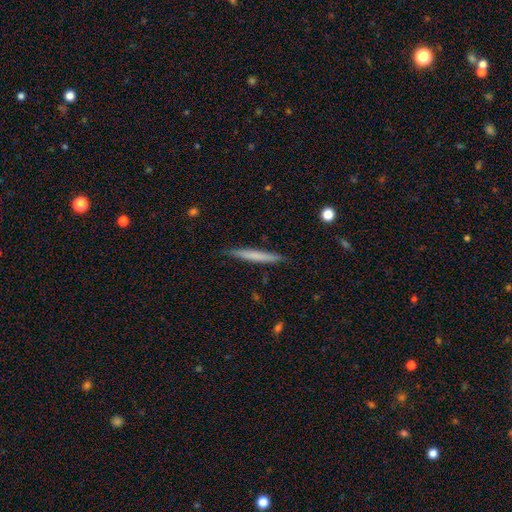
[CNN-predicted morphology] Smooth or featured?
  - smooth: 63% *
  - featured or disk: 32%
  - star or artifact: 6%
How rounded?
  - cigar-shaped: 96% *
  - in between: 2%
  - round: 1%
Merging?
  - none: 88% *
  - minor disturbance: 9%
  - major disturbance: 2%
  - merger: 1%